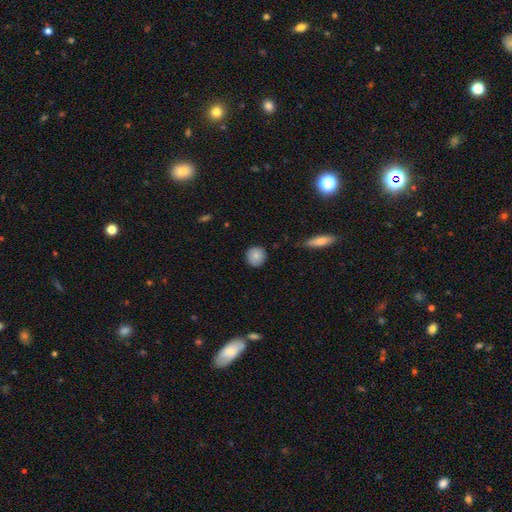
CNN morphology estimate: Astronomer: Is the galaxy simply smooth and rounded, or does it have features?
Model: smooth — 85%.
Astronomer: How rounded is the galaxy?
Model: round — 91%.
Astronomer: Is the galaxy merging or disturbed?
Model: none — 86%.